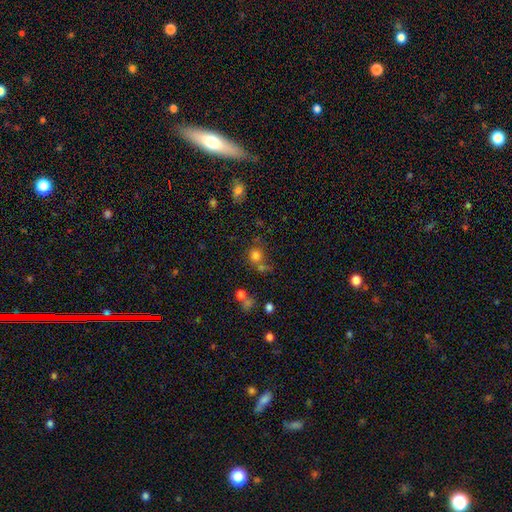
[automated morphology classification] A smooth galaxy with no disk features (76%) that is round (88%). Merging: none (58%).